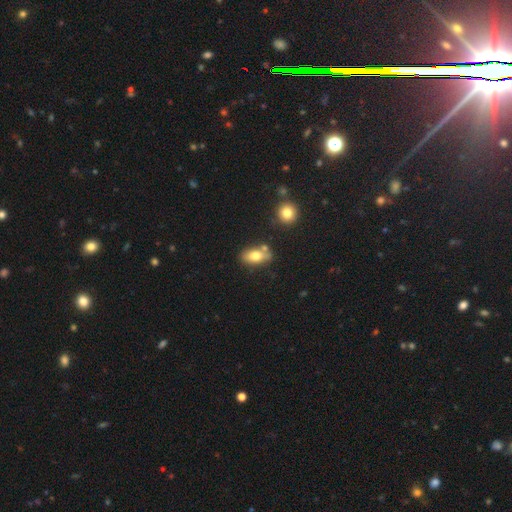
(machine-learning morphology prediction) Smooth or featured? smooth (74%)
How rounded? in between (86%)
Merging? none (64%)